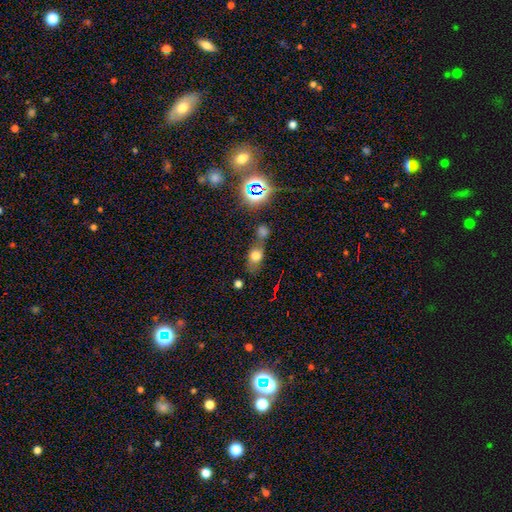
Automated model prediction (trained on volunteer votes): A smooth galaxy with no disk features (63%) that is in between round and cigar-shaped (62%).

Vote fractions:
- Smooth or featured? smooth: 63% / featured or disk: 19% / star or artifact: 18%
- How rounded? in between: 62% / round: 31% / cigar-shaped: 7%
- Merging? none: 47% / merger: 29% / minor disturbance: 16% / major disturbance: 9%